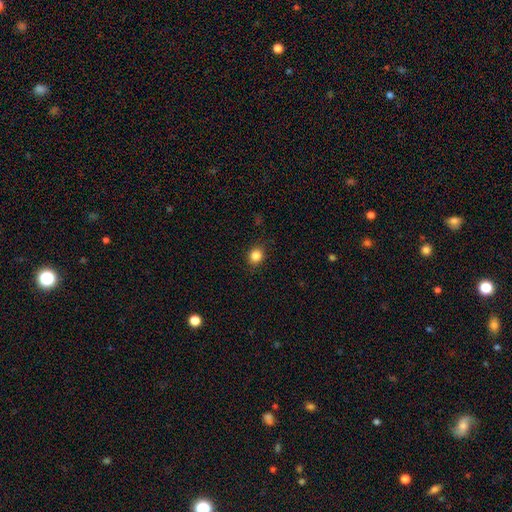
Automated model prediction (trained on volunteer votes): The model was most divided on "how rounded": round: 71%, in between: 28%, cigar-shaped: 1%. More confident: merging — none (88%); smooth or featured — smooth (85%).